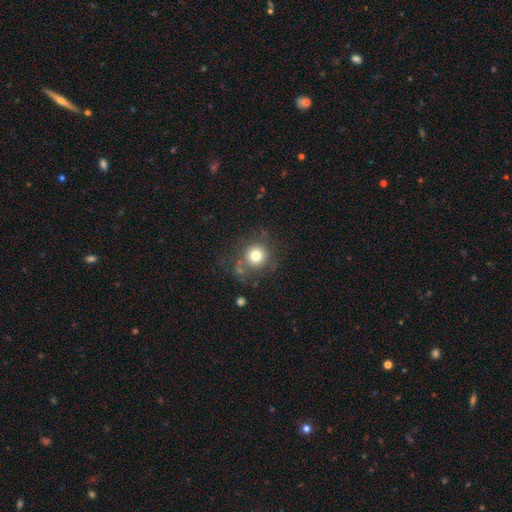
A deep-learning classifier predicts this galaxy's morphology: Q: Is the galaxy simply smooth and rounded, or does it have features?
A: smooth — 76%.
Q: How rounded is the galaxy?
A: round — 92%.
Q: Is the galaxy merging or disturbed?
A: none — 71%.